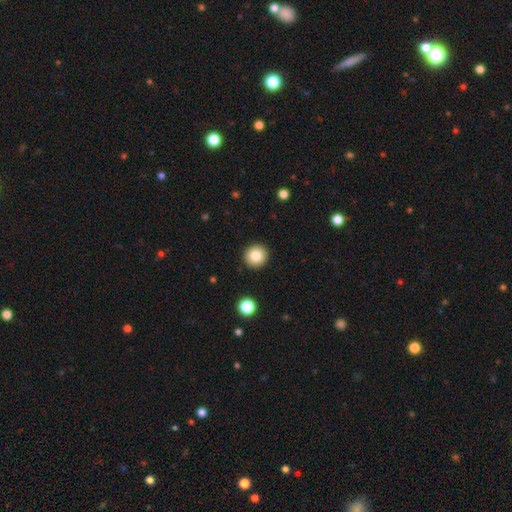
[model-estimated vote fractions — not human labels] smooth-or-featured: smooth: 83% | star or artifact: 10% | featured or disk: 8%
  how-rounded: round: 93% | in between: 6% | cigar-shaped: 1%
  merging: none: 92% | minor disturbance: 5% | major disturbance: 2% | merger: 1%